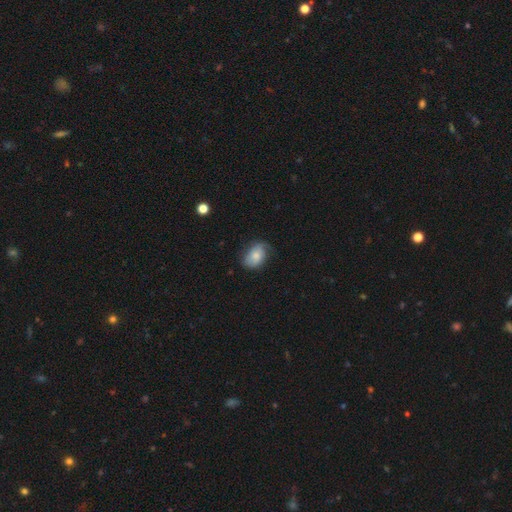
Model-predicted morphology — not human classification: Q: Smooth or featured?
A: smooth (71%); runner-up: featured or disk (22%)
Q: How rounded?
A: in between (81%); runner-up: round (17%)
Q: Merging?
A: none (61%); runner-up: minor disturbance (29%)